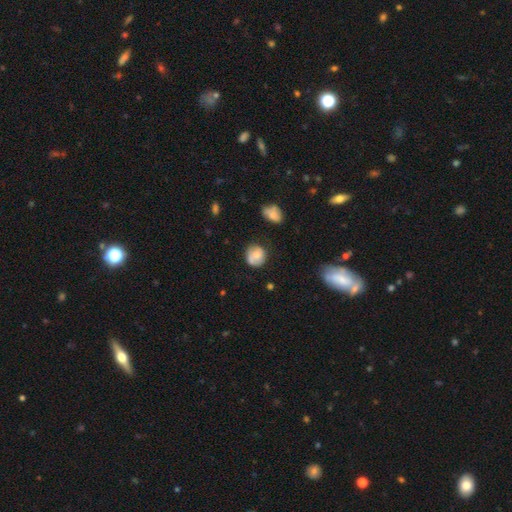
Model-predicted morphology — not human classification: Smooth or featured?
  - smooth: 65% *
  - featured or disk: 27%
  - star or artifact: 8%
How rounded?
  - round: 77% *
  - in between: 22%
  - cigar-shaped: 1%
Merging?
  - none: 57% *
  - minor disturbance: 27%
  - major disturbance: 9%
  - merger: 7%